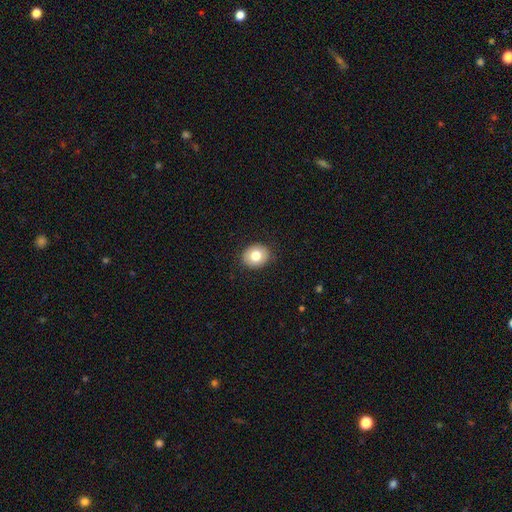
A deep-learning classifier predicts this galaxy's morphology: A smooth galaxy with no disk features (79%) that is round (63%).

Vote fractions:
- Smooth or featured? smooth: 79% / featured or disk: 12% / star or artifact: 8%
- How rounded? round: 63% / in between: 36% / cigar-shaped: 1%
- Merging? none: 88% / minor disturbance: 9% / major disturbance: 2% / merger: 1%